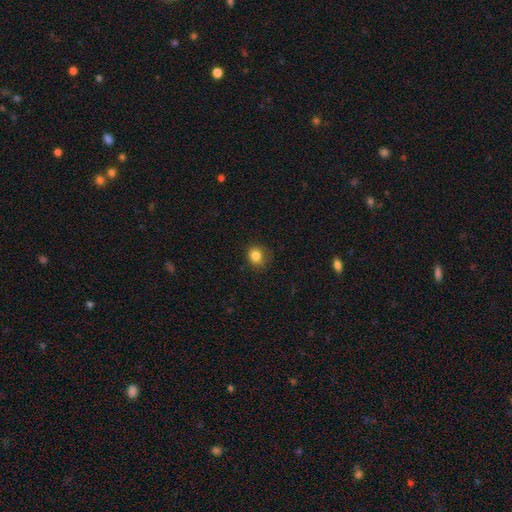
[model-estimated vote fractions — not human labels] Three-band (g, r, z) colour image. It shows a smooth galaxy with no disk features (82%) that is round (76%). Merging: none (77%).